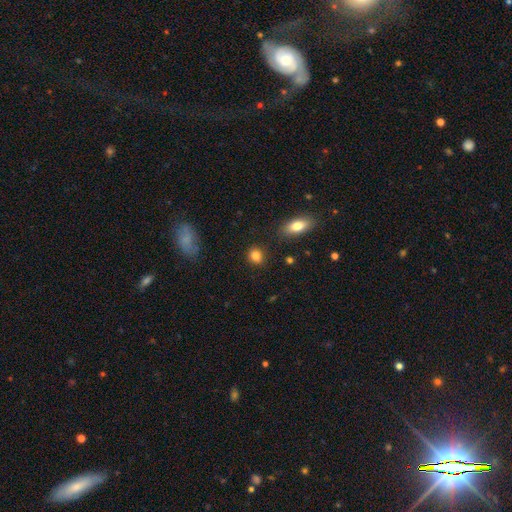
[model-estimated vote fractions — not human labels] Smooth or featured: smooth — 85% (star or artifact — 9%)
How rounded: round — 65% (in between — 33%)
Merging: none — 87% (minor disturbance — 9%)